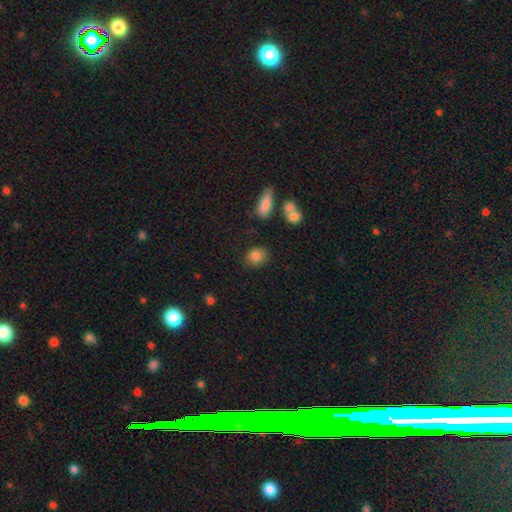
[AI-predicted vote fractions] Q: Smooth or featured?
A: smooth (84%); runner-up: star or artifact (9%)
Q: How rounded?
A: round (64%); runner-up: in between (35%)
Q: Merging?
A: none (82%); runner-up: minor disturbance (11%)